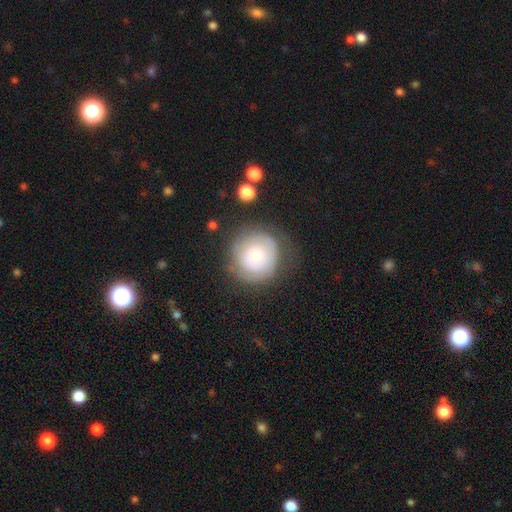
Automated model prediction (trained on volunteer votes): The model was most divided on "smooth or featured": smooth: 60%, featured or disk: 33%, star or artifact: 8%. More confident: how rounded — round (92%); merging — none (64%).